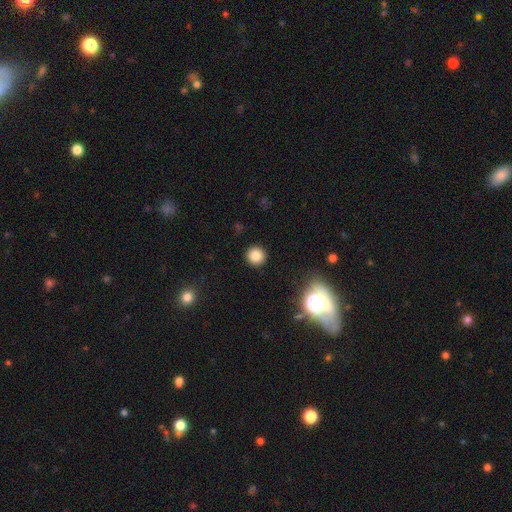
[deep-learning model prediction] Q: Smooth or featured?
A: smooth (82%); runner-up: star or artifact (13%)
Q: How rounded?
A: round (94%); runner-up: in between (5%)
Q: Merging?
A: none (92%); runner-up: minor disturbance (5%)